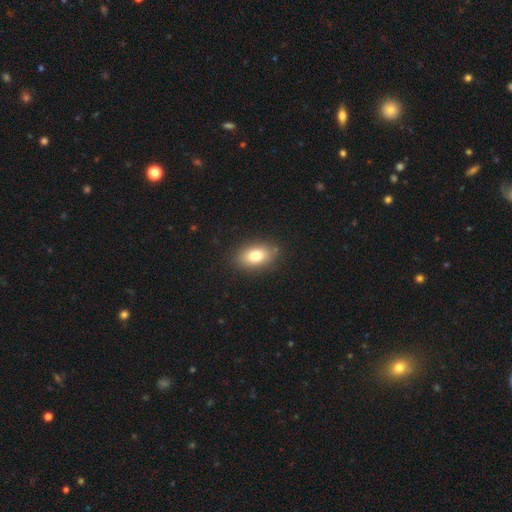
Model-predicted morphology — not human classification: smooth-or-featured: smooth: 79% | featured or disk: 12% | star or artifact: 9%
  how-rounded: in between: 87% | round: 11% | cigar-shaped: 2%
  merging: none: 85% | minor disturbance: 11% | major disturbance: 3% | merger: 2%